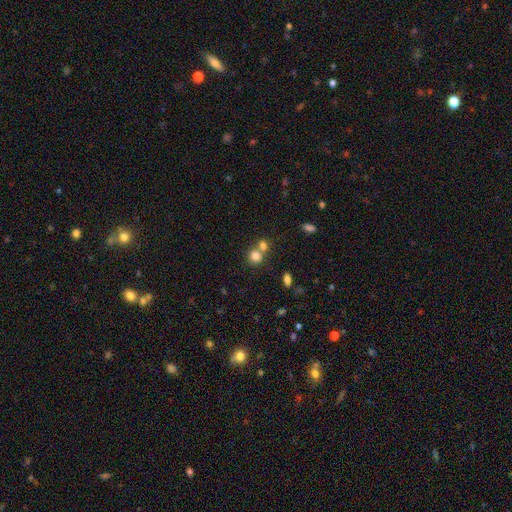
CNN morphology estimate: Smooth or featured: smooth — 79% (star or artifact — 13%)
How rounded: round — 83% (in between — 16%)
Merging: none — 49% (merger — 41%)